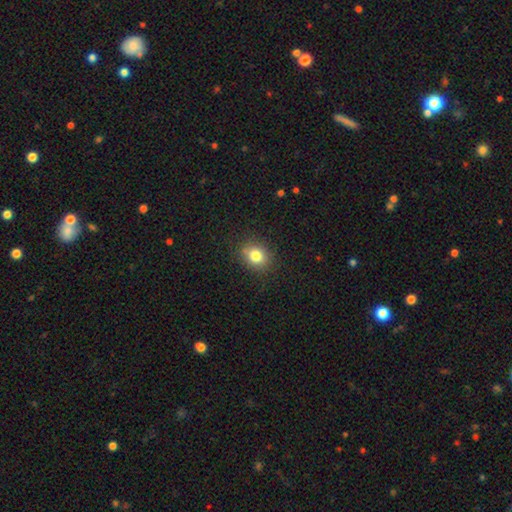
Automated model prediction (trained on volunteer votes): smooth 80%, star or artifact 12%, featured or disk 8%. Down the decision tree: how rounded — round (66%); merging — none (85%).